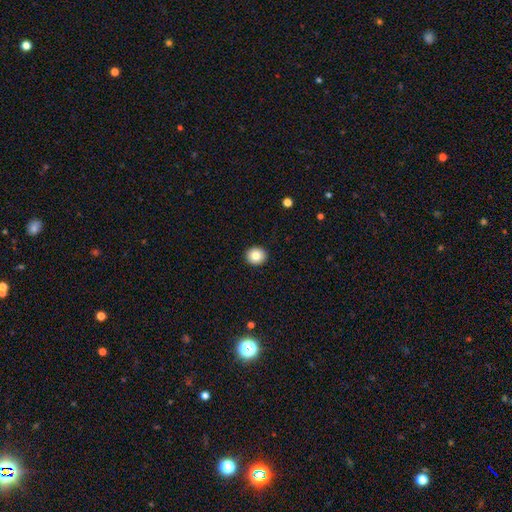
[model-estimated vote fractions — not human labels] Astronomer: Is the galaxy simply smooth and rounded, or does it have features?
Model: smooth — 83%.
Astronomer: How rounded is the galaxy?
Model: round — 89%.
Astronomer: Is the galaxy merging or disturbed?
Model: none — 93%.